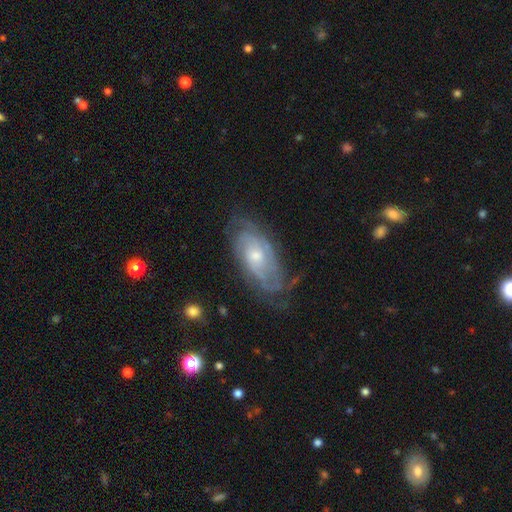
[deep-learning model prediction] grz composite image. It shows a featured or disk galaxy (81%) with no bar (70%), tight (63%) spiral arms (93%) and a moderate central bulge (49%). Merging: none (66%).